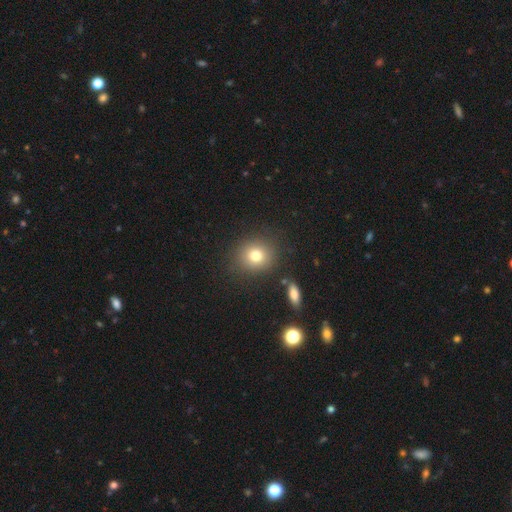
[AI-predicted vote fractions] A smooth galaxy with no disk features (78%) that is round (81%).

Vote fractions:
- Smooth or featured? smooth: 78% / star or artifact: 13% / featured or disk: 9%
- How rounded? round: 81% / in between: 18% / cigar-shaped: 1%
- Merging? none: 85% / minor disturbance: 8% / merger: 3% / major disturbance: 3%